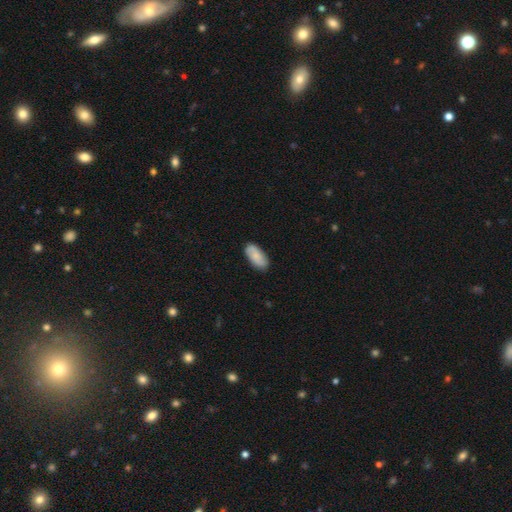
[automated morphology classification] Q: Smooth or featured?
A: smooth (77%); runner-up: featured or disk (17%)
Q: How rounded?
A: in between (91%); runner-up: cigar-shaped (7%)
Q: Merging?
A: none (85%); runner-up: minor disturbance (12%)